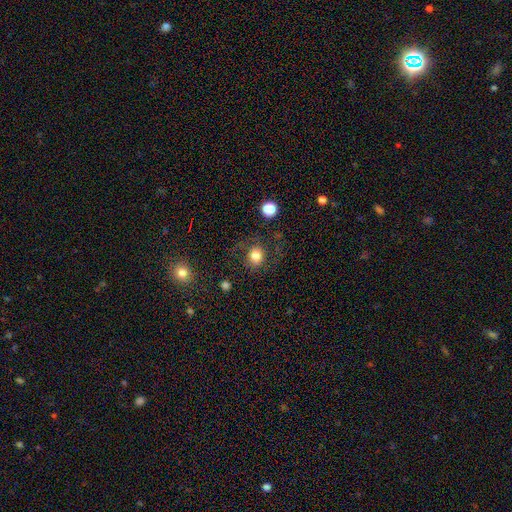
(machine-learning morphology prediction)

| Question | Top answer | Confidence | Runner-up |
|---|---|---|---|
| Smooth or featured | smooth | 79% | star or artifact (11%) |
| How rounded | round | 72% | in between (27%) |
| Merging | none | 72% | minor disturbance (15%) |